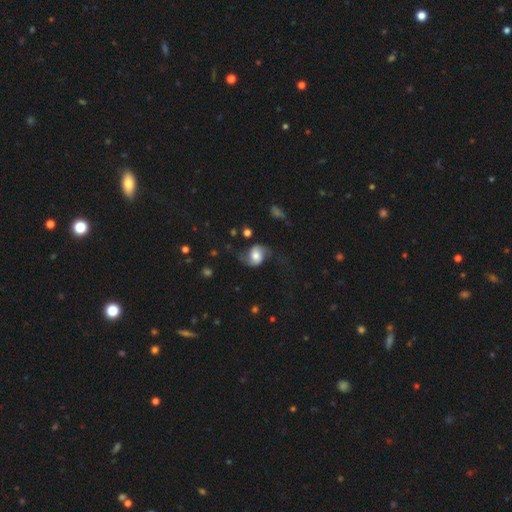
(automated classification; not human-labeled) Overall: featured or disk (64%; smooth 28%). Edge-on disk: no (97%). Bar: no (56%; weak 32%). Spiral arms: yes (91%). Spiral arm count: 2 (91%). Spiral winding: loose (69%). Bulge size: moderate (58%; large 20%). Merging: none (62%).